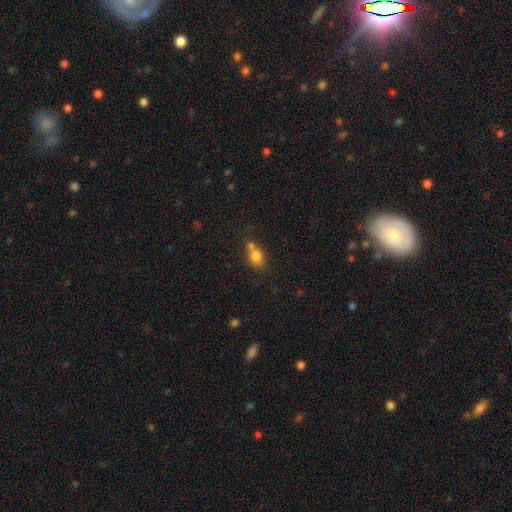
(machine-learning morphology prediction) Smooth or featured?
  - smooth: 79% *
  - star or artifact: 11%
  - featured or disk: 10%
How rounded?
  - in between: 54% *
  - round: 44%
  - cigar-shaped: 2%
Merging?
  - none: 43% *
  - merger: 39%
  - minor disturbance: 13%
  - major disturbance: 5%